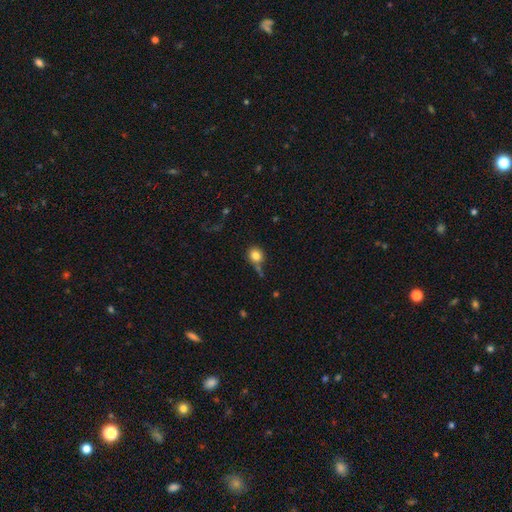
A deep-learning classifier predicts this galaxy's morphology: A smooth galaxy with no disk features (81%) that is round (80%). Merging: none (60%).